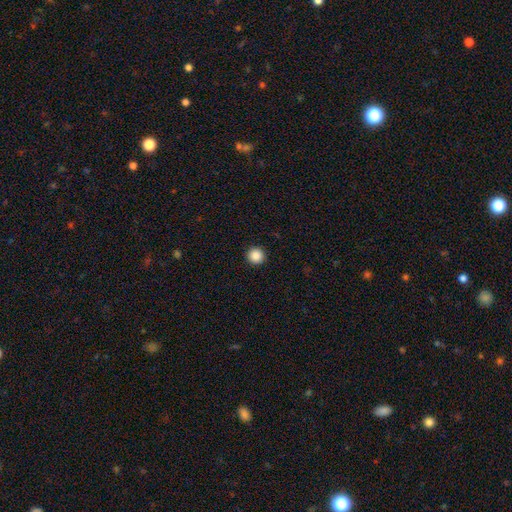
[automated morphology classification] Smooth or featured?
  - smooth: 88% *
  - star or artifact: 9%
  - featured or disk: 3%
How rounded?
  - round: 96% *
  - in between: 3%
  - cigar-shaped: 1%
Merging?
  - none: 94% *
  - minor disturbance: 4%
  - major disturbance: 1%
  - merger: 1%